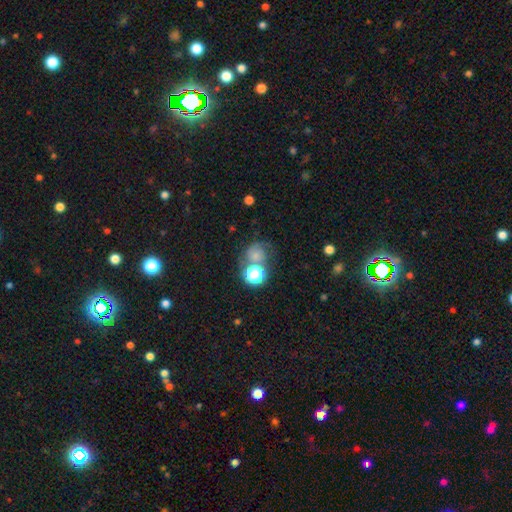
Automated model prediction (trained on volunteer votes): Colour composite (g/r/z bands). It shows a smooth galaxy with no disk features (55%) that is round (77%). Merging: none (44%).